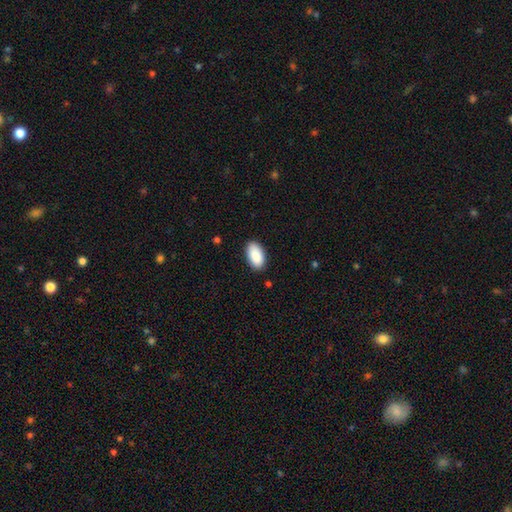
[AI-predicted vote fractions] Smooth or featured? Predicted: smooth (p=0.90). How rounded? Predicted: in between (p=0.96). Merging? Predicted: none (p=0.87).